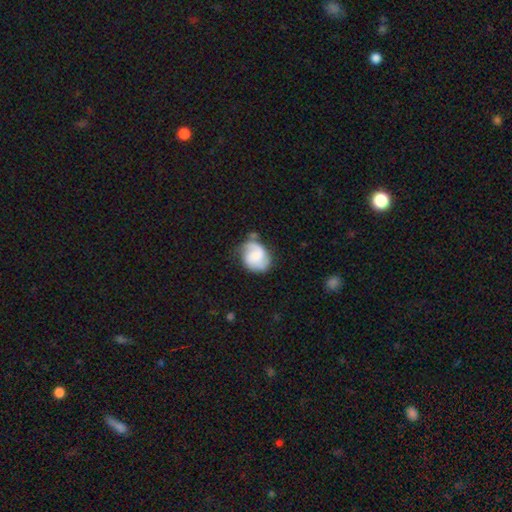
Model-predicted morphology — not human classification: A featured or disk galaxy (59%) with no bar (49%), 2 (70%) medium (46%) spiral arms (92%) and no central bulge (33%).

Vote fractions:
- Smooth or featured? featured or disk: 59% / smooth: 33% / star or artifact: 7%
- Edge-on disk? no: 98% / yes: 2%
- Bar? no: 49% / weak: 41% / strong: 11%
- Spiral arms? yes: 92% / no: 8%
- Spiral winding? medium: 46% / tight: 28% / loose: 26%
- Spiral arm count? 2: 70% / can't tell: 10% / 3: 8% / 1: 8% / 4: 2% / more than 4: 2%
- Bulge size? none: 33% / small: 30% / moderate: 23% / large: 11% / dominant: 3%
- Merging? none: 56% / minor disturbance: 27% / major disturbance: 12% / merger: 5%